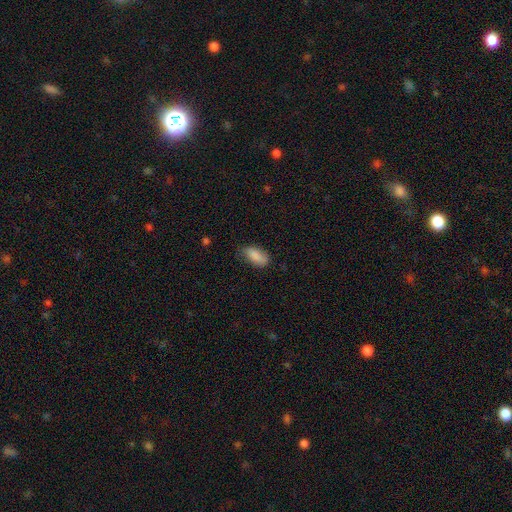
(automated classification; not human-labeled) Smooth or featured?
  - smooth: 86% *
  - featured or disk: 7%
  - star or artifact: 7%
How rounded?
  - in between: 89% *
  - cigar-shaped: 8%
  - round: 3%
Merging?
  - none: 70% *
  - minor disturbance: 24%
  - major disturbance: 5%
  - merger: 1%